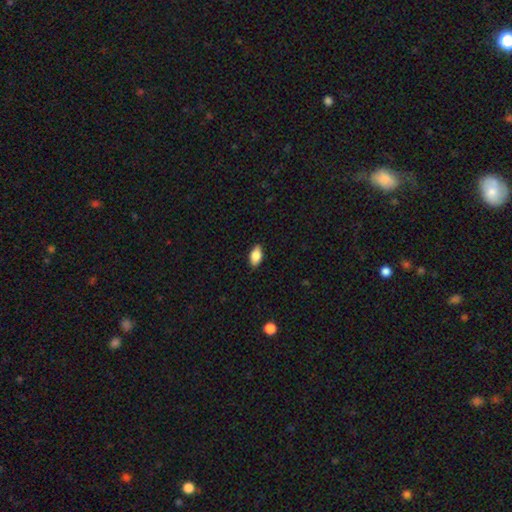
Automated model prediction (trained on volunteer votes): Q: Smooth or featured?
A: smooth (84%); runner-up: featured or disk (9%)
Q: How rounded?
A: in between (91%); runner-up: cigar-shaped (5%)
Q: Merging?
A: none (87%); runner-up: minor disturbance (10%)